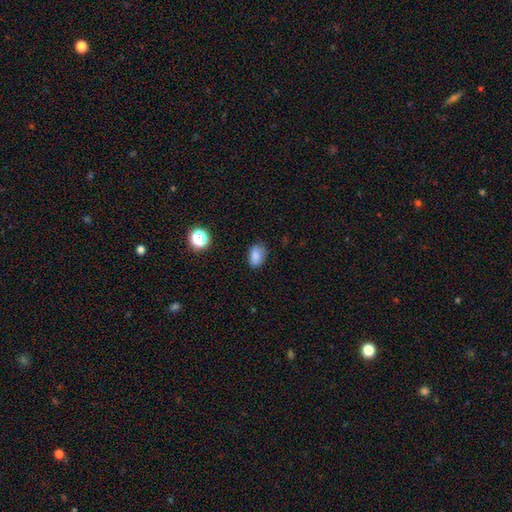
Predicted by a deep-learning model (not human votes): This appears to be a smooth galaxy with no disk features (82%) that is in between round and cigar-shaped (82%). Merging: none (76%).